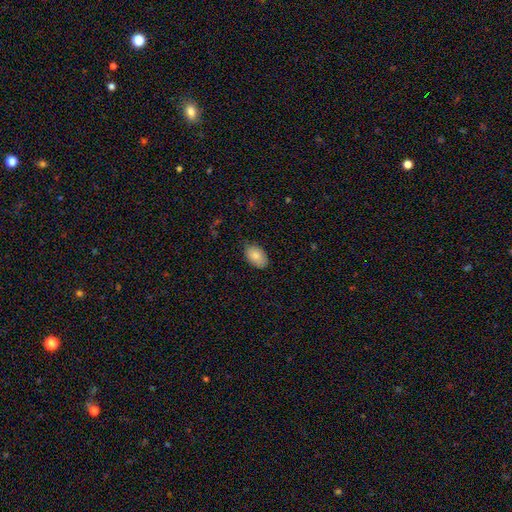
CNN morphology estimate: smooth 86%, featured or disk 7%, star or artifact 7%. Down the decision tree: how rounded — in between (92%); merging — none (81%).